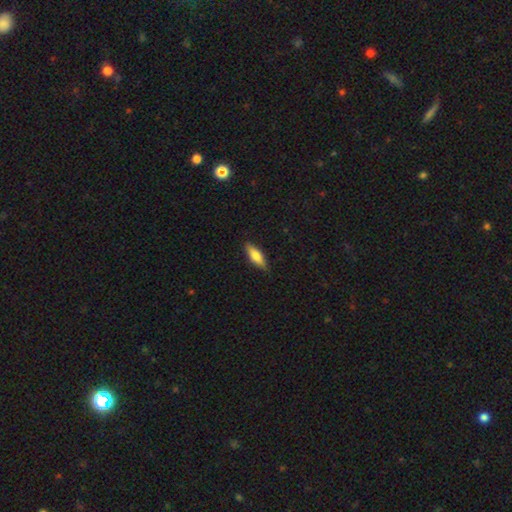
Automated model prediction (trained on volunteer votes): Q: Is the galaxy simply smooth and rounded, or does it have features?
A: smooth — 69%.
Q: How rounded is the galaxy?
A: in between — 50%.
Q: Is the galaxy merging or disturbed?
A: none — 84%.